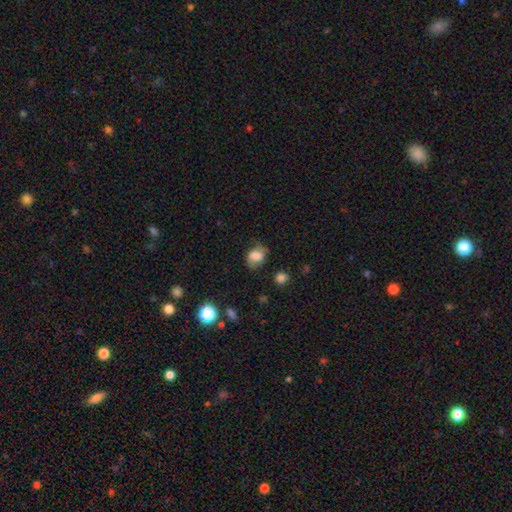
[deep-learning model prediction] The model was most divided on "how rounded": in between: 60%, round: 39%, cigar-shaped: 1%. More confident: smooth or featured — smooth (64%); merging — none (60%).